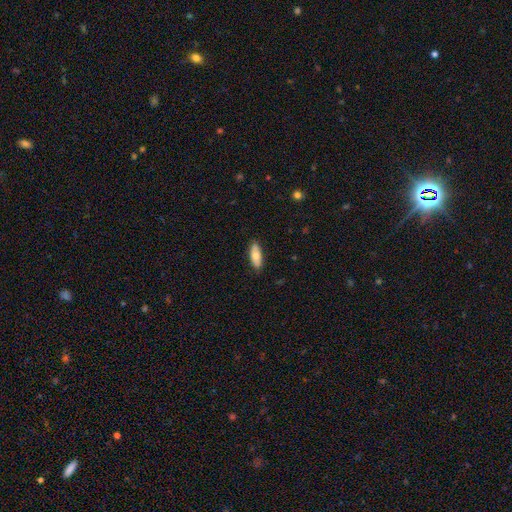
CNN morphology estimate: smooth 69%, featured or disk 25%, star or artifact 6%. Down the decision tree: how rounded — in between (75%); merging — none (86%).